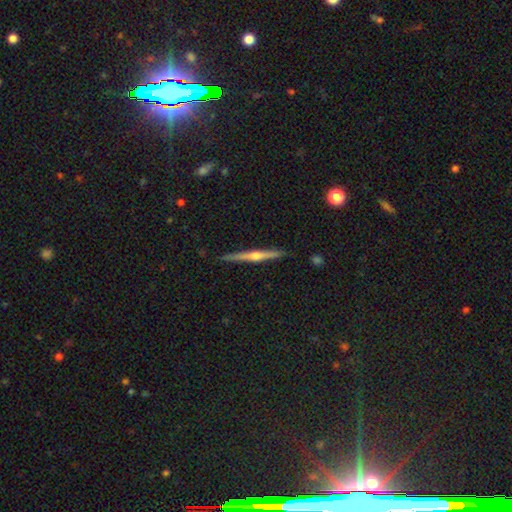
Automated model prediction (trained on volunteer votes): Overall: featured or disk (72%). Edge-on disk: yes (98%). Edge-on bulge: rounded (87%). Merging: none (90%).